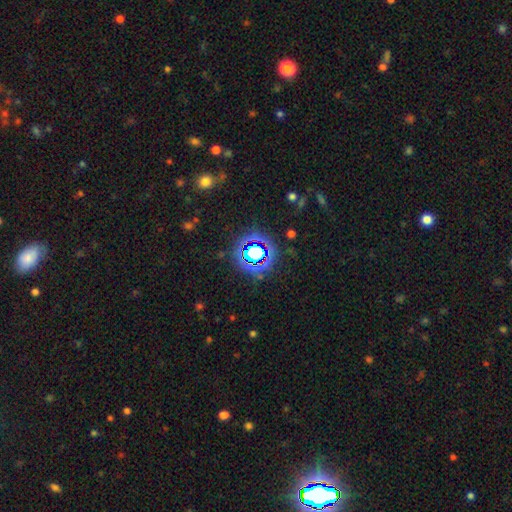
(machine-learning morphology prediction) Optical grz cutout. It shows a star or artifact, not a galaxy (71%).